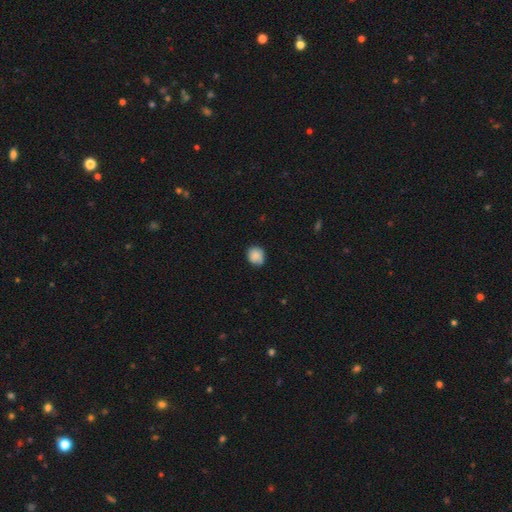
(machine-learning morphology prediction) type=smooth (87%); roundness=round (78%); merging=none (75%).